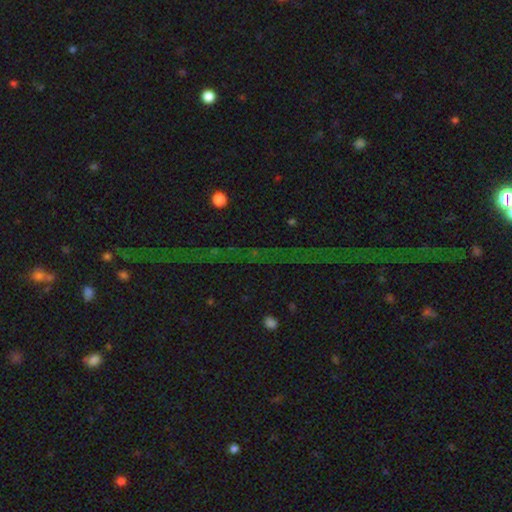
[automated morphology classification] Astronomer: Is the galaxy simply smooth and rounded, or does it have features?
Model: star or artifact — 78%.